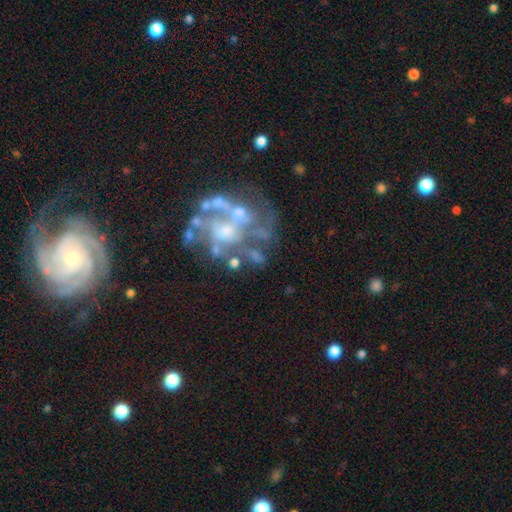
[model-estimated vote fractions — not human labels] featured or disk 75%, star or artifact 15%, smooth 10%. Down the decision tree: edge-on disk — no (98%); bar — no (79%); spiral arms — no (61%); bulge size — none (33%); merging — none (42%).